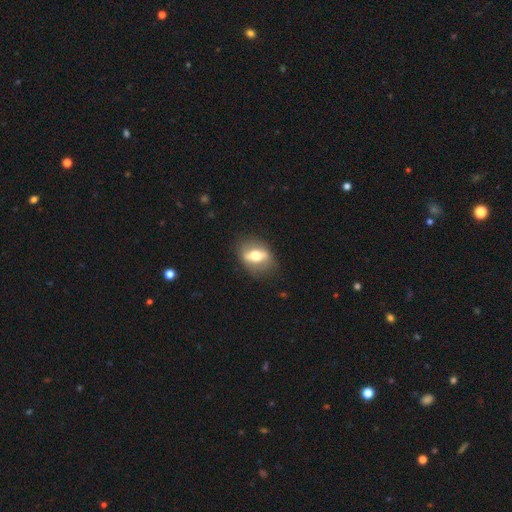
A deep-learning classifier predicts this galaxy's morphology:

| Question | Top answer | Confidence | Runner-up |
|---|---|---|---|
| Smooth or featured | featured or disk | 53% | smooth (39%) |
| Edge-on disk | no | 63% | yes (37%) |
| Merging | none | 81% | minor disturbance (13%) |